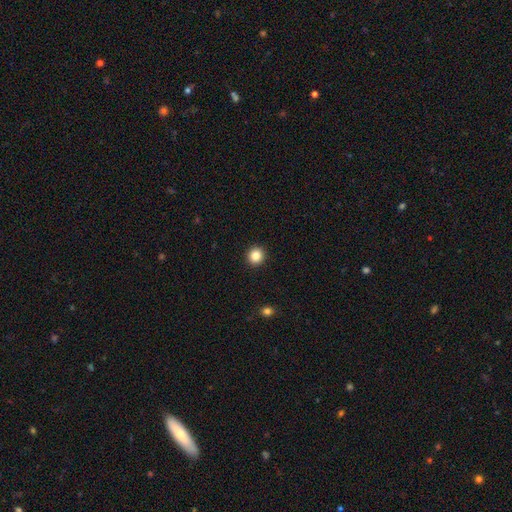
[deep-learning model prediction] Smooth or featured? smooth (84%)
How rounded? round (94%)
Merging? none (94%)